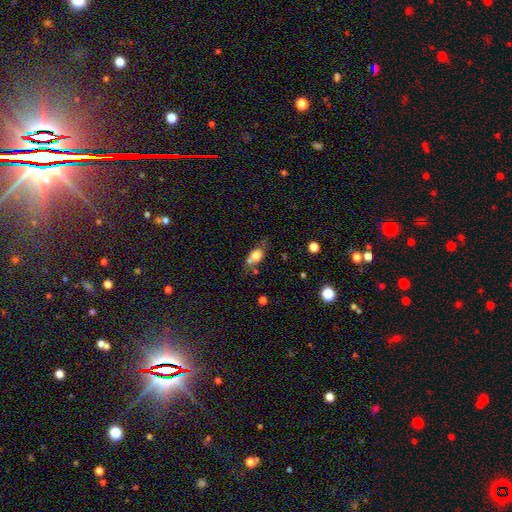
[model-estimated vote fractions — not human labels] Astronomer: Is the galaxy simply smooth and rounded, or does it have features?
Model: smooth — 68%.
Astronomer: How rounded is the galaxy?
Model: in between — 64%.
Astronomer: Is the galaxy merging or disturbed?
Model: none — 44% (runner-up: merger, 27%).